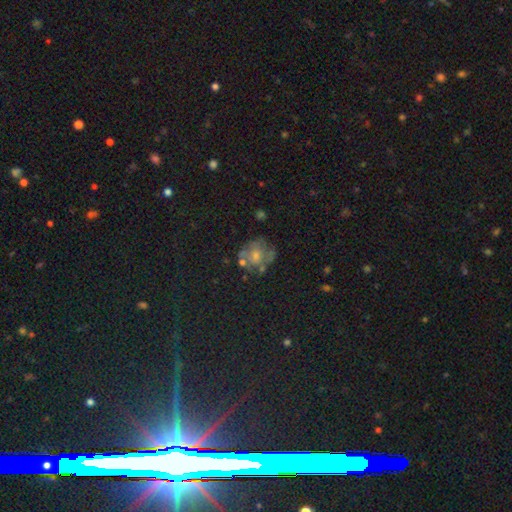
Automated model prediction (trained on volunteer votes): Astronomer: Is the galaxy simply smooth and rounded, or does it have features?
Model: star or artifact — 35% (runner-up: smooth, 33%).